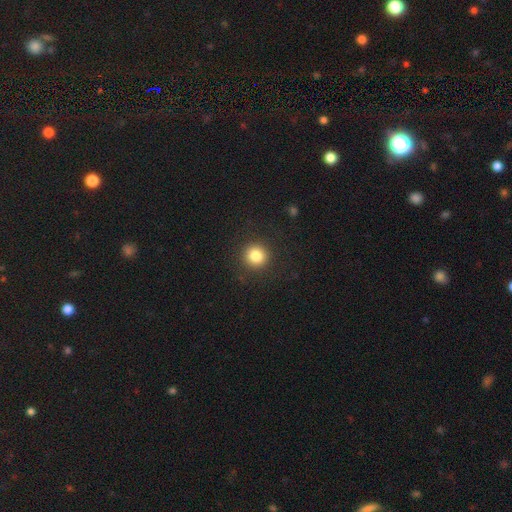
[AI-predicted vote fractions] Morphology: type=smooth (84%); roundness=round (92%); merging=none (90%).